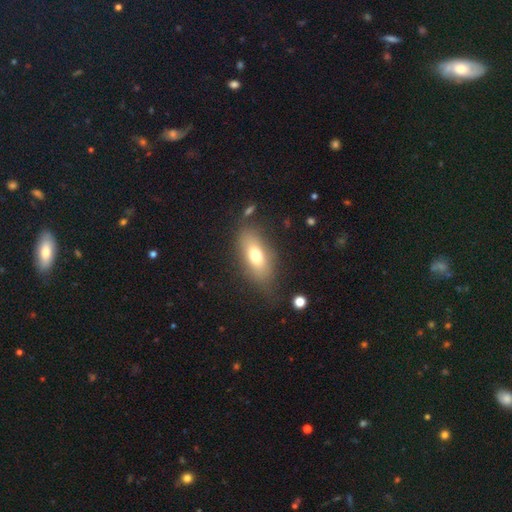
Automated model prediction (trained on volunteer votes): smooth_or_featured: smooth (p=0.70) [alt: featured or disk p=0.21]
how_rounded: in between (p=0.81) [alt: cigar-shaped p=0.12]
merging: none (p=0.72) [alt: minor disturbance p=0.17]